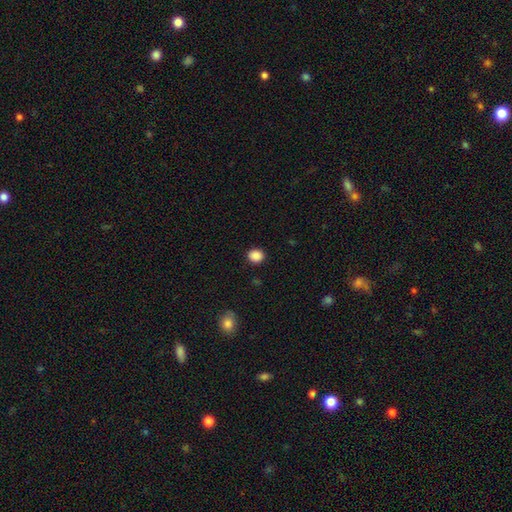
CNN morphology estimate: This appears to be a smooth galaxy with no disk features (88%) that is round (82%). Merging: none (91%).